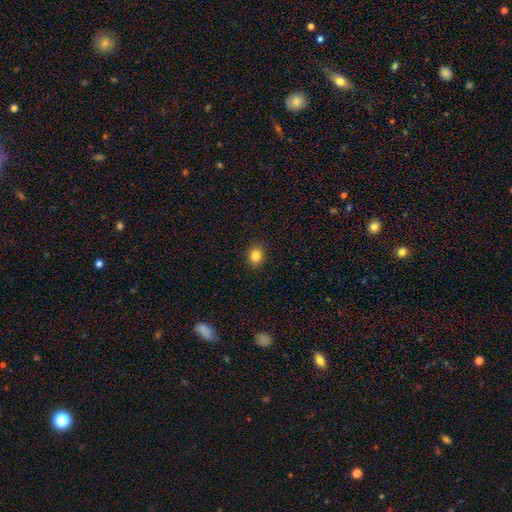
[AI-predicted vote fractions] smooth_or_featured: smooth (p=0.83) [alt: star or artifact p=0.11]
how_rounded: round (p=0.80) [alt: in between p=0.19]
merging: none (p=0.92) [alt: minor disturbance p=0.06]